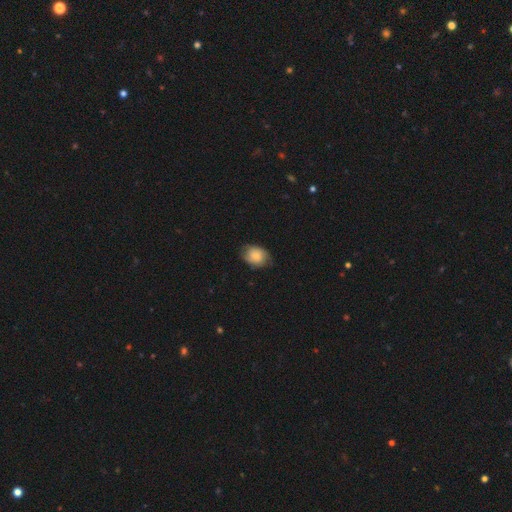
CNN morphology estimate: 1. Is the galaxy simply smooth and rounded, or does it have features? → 61% smooth, 32% featured or disk, 8% star or artifact.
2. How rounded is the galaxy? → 63% in between, 36% round, 1% cigar-shaped.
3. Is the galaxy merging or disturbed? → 68% none, 24% minor disturbance, 6% major disturbance, 1% merger.